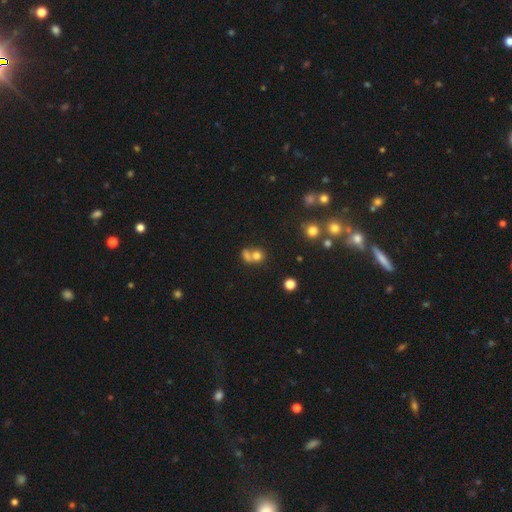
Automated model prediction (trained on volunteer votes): Smooth or featured: smooth — 70% (featured or disk — 15%)
How rounded: round — 73% (in between — 26%)
Merging: merger — 55% (none — 32%)